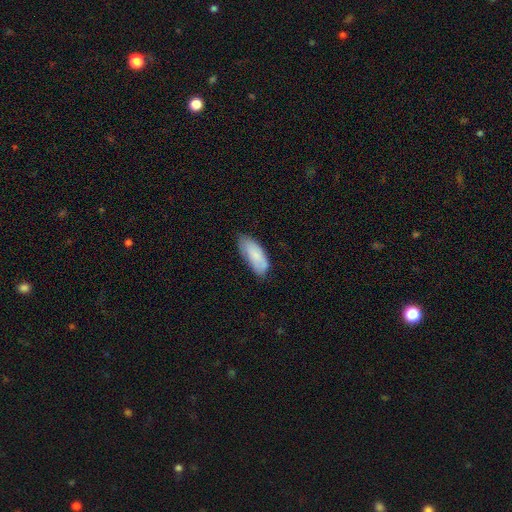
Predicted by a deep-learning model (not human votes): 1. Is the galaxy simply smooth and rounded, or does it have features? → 78% smooth, 16% featured or disk, 6% star or artifact.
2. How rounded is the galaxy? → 84% in between, 15% cigar-shaped, 2% round.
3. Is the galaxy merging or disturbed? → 62% none, 30% minor disturbance, 5% major disturbance, 2% merger.